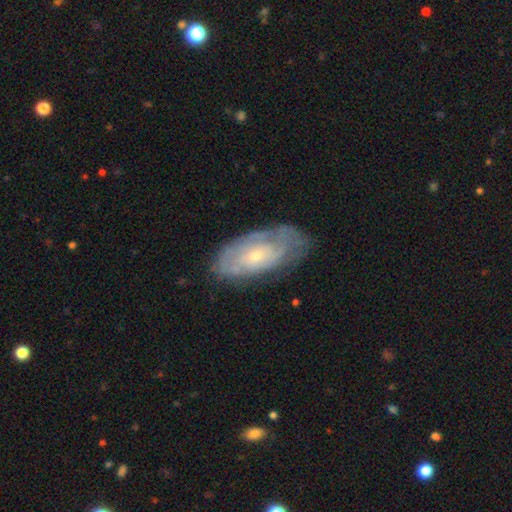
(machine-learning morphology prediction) Smooth or featured?
  - featured or disk: 67% *
  - smooth: 27%
  - star or artifact: 6%
Edge-on disk?
  - no: 91% *
  - yes: 9%
Bar?
  - no: 78% *
  - weak: 18%
  - strong: 3%
Spiral arms?
  - yes: 69% *
  - no: 31%
Bulge size?
  - small: 66% *
  - moderate: 31%
  - large: 1%
  - none: 1%
  - dominant: 1%
Merging?
  - none: 60% *
  - minor disturbance: 27%
  - major disturbance: 11%
  - merger: 2%